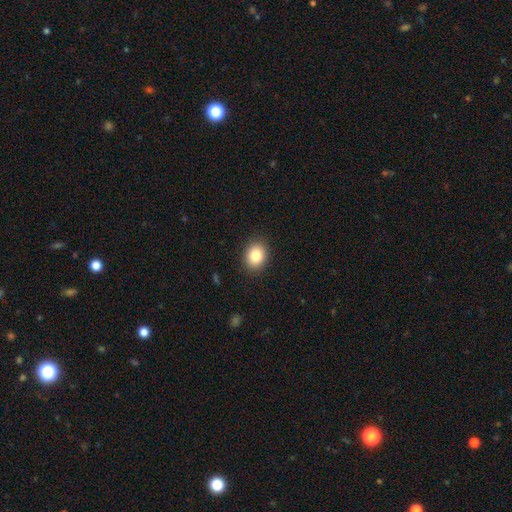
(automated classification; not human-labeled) smooth 84%, star or artifact 9%, featured or disk 7%. Down the decision tree: how rounded — round (55%); merging — none (89%).